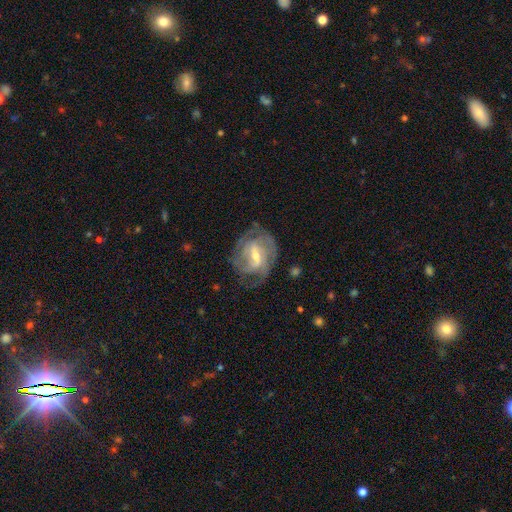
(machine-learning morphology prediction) The model was most divided on "bulge size": moderate: 48%, small: 46%, large: 3%, none: 2%, dominant: 1%. Remaining: edge-on disk — no (96%); spiral arms — yes (91%); smooth or featured — featured or disk (83%); merging — none (64%); spiral winding — tight (50%); bar — weak (48%); spiral arm count — 2 (35%).